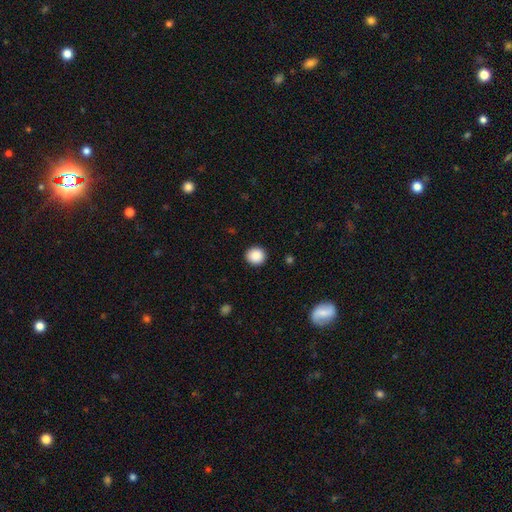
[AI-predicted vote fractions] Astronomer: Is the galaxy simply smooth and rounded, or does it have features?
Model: smooth — 89%.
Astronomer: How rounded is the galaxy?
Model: round — 90%.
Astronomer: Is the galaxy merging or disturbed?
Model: none — 91%.